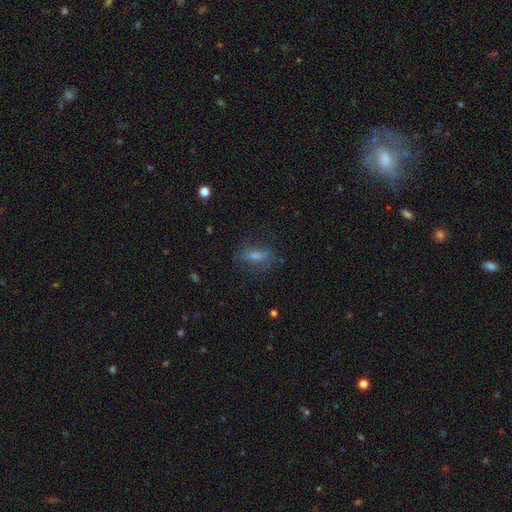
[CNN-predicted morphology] Smooth or featured?
  - smooth: 49% *
  - featured or disk: 33%
  - star or artifact: 18%
Merging?
  - none: 72% *
  - minor disturbance: 17%
  - major disturbance: 9%
  - merger: 2%